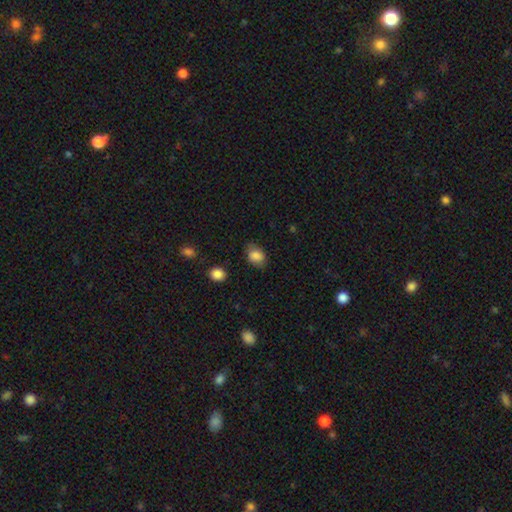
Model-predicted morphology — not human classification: Overall: smooth (83%). How rounded: in between (73%). Merging: none (72%).